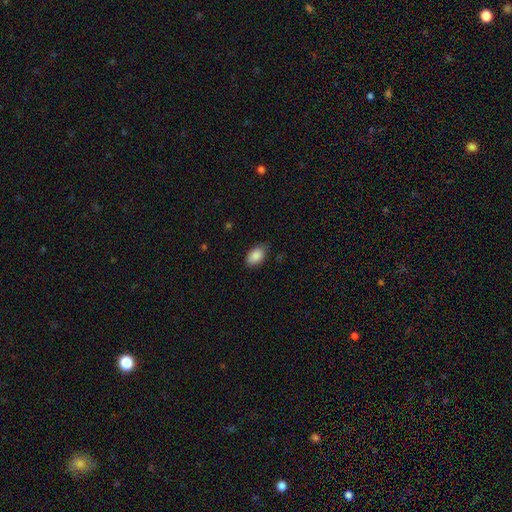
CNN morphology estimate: This appears to be a smooth galaxy with no disk features (88%) that is in between round and cigar-shaped (90%). Merging: none (77%).